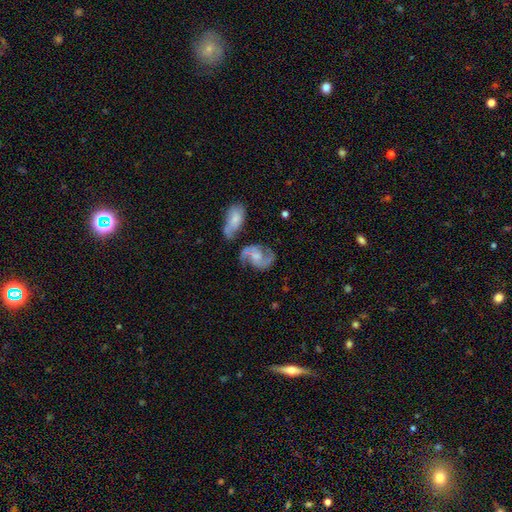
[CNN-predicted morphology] A featured or disk galaxy (81%) with no bar (55%), 2 (90%) medium (51%) spiral arms (93%) and a moderate central bulge (36%). Merging: none (53%).